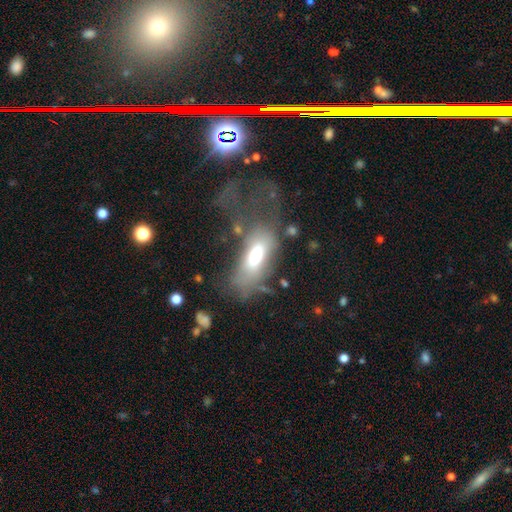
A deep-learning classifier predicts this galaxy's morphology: The model was most divided on "merging": major disturbance: 46%, none: 28%, minor disturbance: 18%, merger: 8%. More confident: how rounded — in between (83%); smooth or featured — smooth (59%).